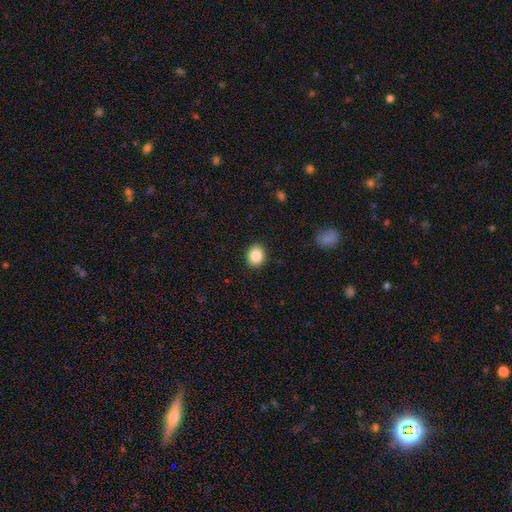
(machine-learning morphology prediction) Smooth or featured? Predicted: smooth (p=0.85). How rounded? Predicted: round (p=0.66). Merging? Predicted: none (p=0.90).